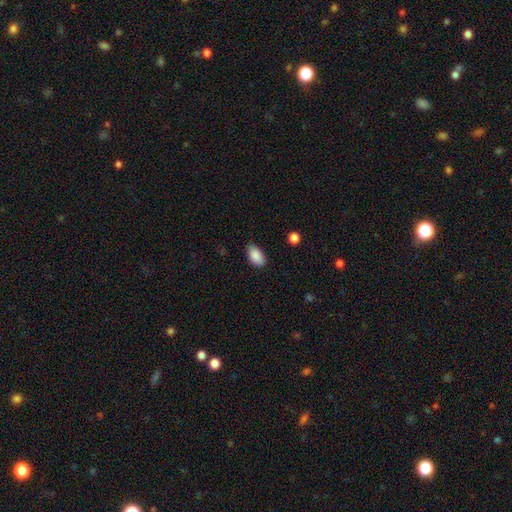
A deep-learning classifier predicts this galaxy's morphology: This appears to be a smooth galaxy with no disk features (89%) that is in between round and cigar-shaped (93%). Merging: none (81%).